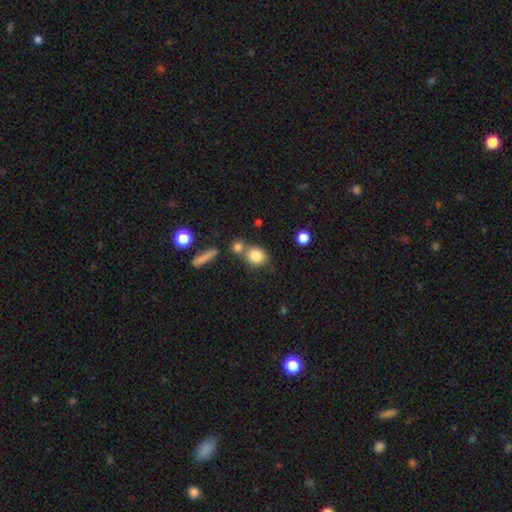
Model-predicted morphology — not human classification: This is clearly a smooth galaxy (83%). How rounded: likely round (64%). Merging: possibly none (60%).